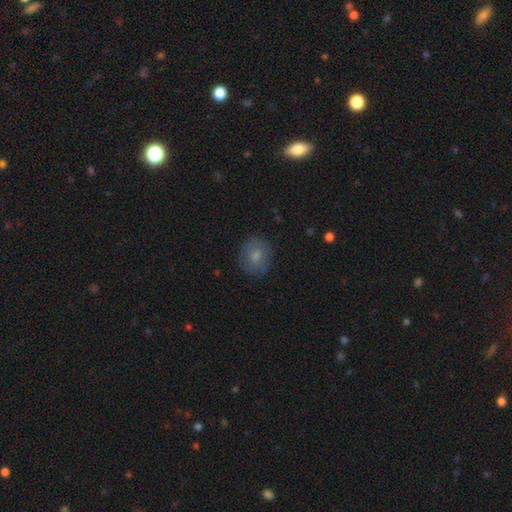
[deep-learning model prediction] Q: Smooth or featured?
A: smooth (74%); runner-up: featured or disk (17%)
Q: How rounded?
A: round (80%); runner-up: in between (19%)
Q: Merging?
A: none (84%); runner-up: minor disturbance (12%)